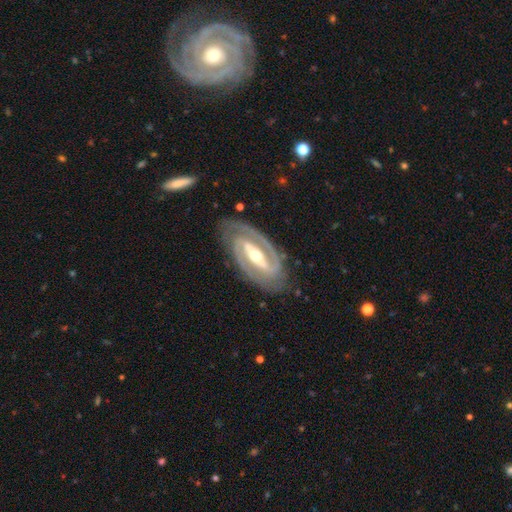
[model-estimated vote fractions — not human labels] Smooth or featured? featured or disk (92%)
Edge-on disk? no (95%)
Bar? strong (73%)
Spiral arms? yes (97%)
Spiral winding? tight (55%)
Spiral arm count? 2 (92%)
Bulge size? moderate (61%)
Merging? none (84%)